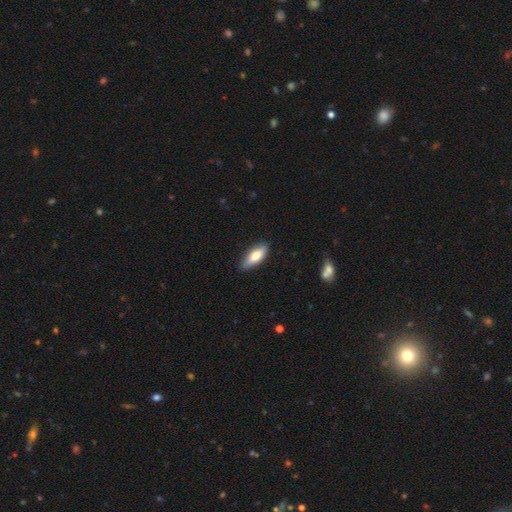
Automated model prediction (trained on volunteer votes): Smooth or featured: smooth — 75% (featured or disk — 19%)
How rounded: in between — 77% (cigar-shaped — 21%)
Merging: none — 84% (minor disturbance — 13%)